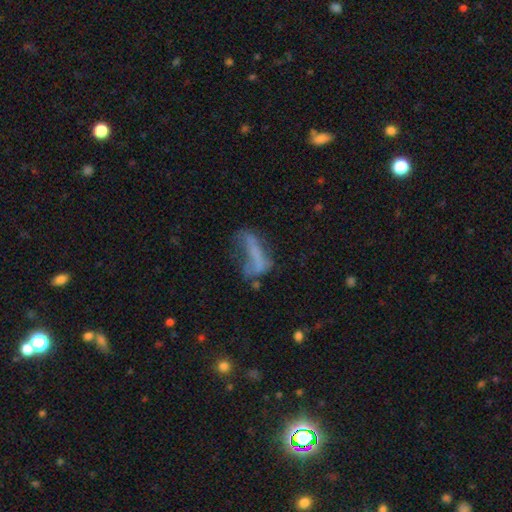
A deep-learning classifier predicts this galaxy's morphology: Smooth or featured? smooth (47%)
Merging? major disturbance (41%)